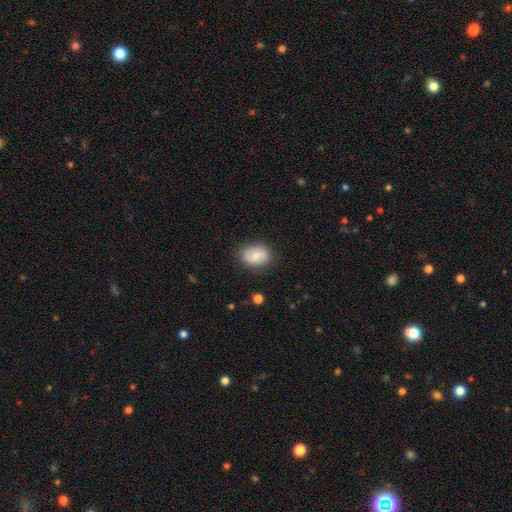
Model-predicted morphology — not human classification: Overall: smooth (81%). How rounded: in between (70%). Merging: none (82%).